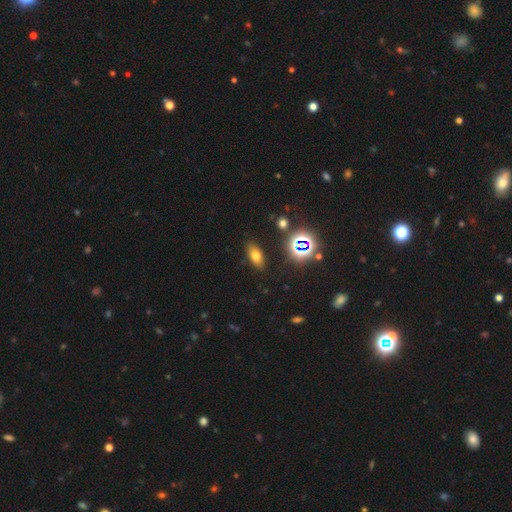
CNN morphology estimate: A smooth galaxy with no disk features (65%) that is in between round and cigar-shaped (82%). Merging: none (86%).